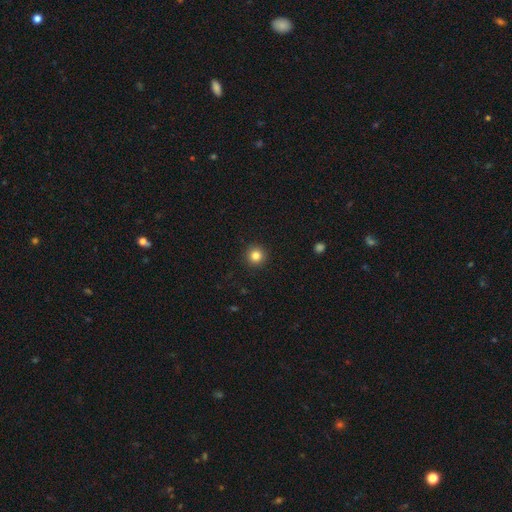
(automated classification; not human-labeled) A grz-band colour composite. It shows a smooth galaxy with no disk features (84%) that is round (95%). Merging: none (93%).